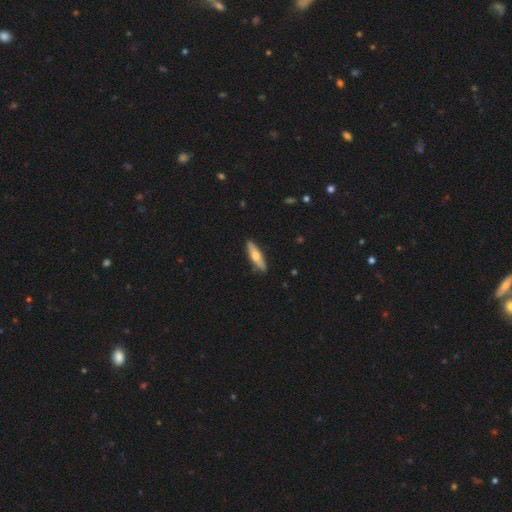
smooth_or_featured: smooth (p=0.56) [alt: featured or disk p=0.38]
how_rounded: cigar-shaped (p=0.73) [alt: in between p=0.27]
merging: none (p=0.81) [alt: minor disturbance p=0.16]